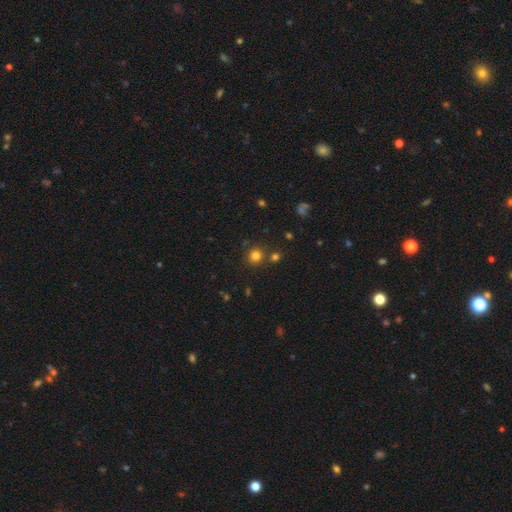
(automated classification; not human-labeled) Overall: smooth (78%). How rounded: round (91%). Merging: none (80%).